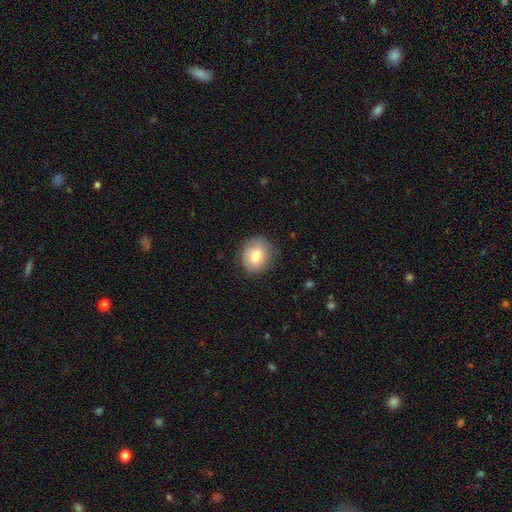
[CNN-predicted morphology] Overall: smooth (71%). How rounded: round (62%; in between 37%). Merging: none (79%).